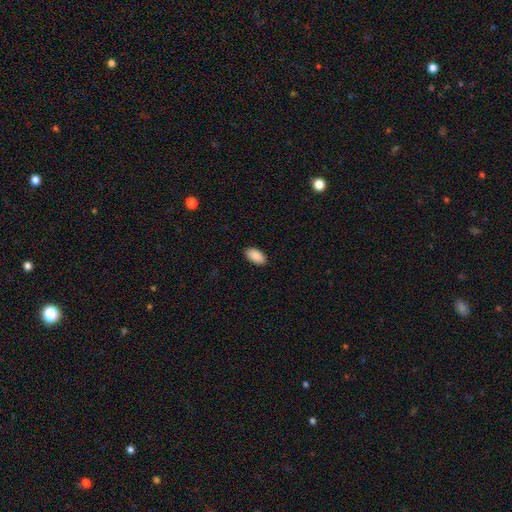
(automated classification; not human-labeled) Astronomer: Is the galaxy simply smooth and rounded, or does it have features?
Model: smooth — 91%.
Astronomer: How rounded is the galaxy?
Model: in between — 95%.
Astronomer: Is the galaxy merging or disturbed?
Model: none — 90%.